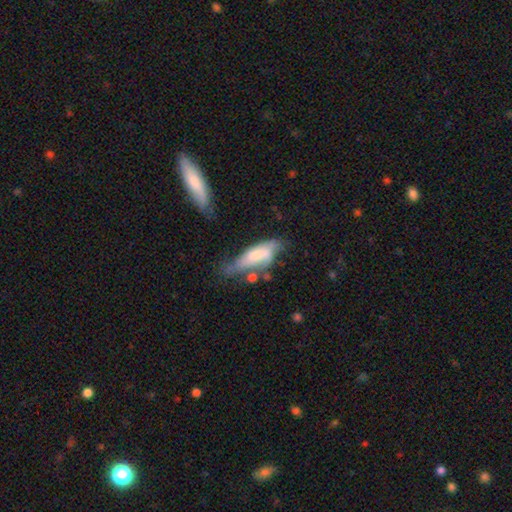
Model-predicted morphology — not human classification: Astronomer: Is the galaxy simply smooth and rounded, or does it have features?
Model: smooth — 50% (runner-up: featured or disk, 43%).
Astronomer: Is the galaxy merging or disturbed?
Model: none — 42% (runner-up: minor disturbance, 32%).